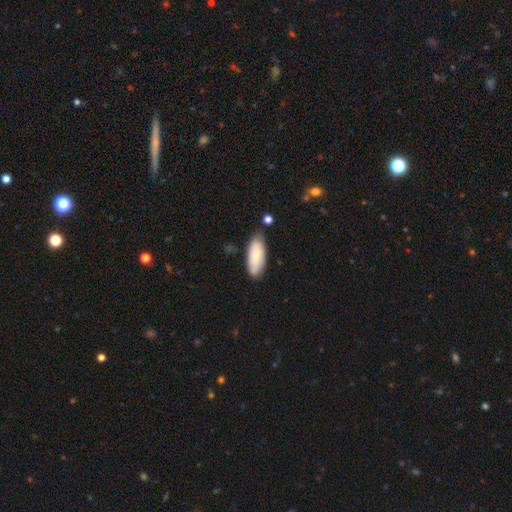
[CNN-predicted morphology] Smooth or featured?
  - smooth: 80% *
  - featured or disk: 14%
  - star or artifact: 6%
How rounded?
  - in between: 76% *
  - cigar-shaped: 23%
  - round: 2%
Merging?
  - none: 74% *
  - minor disturbance: 19%
  - merger: 4%
  - major disturbance: 3%